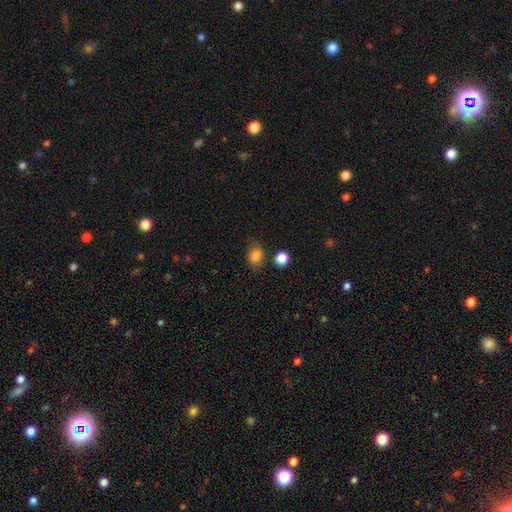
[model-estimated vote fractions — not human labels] Smooth or featured? smooth (85%)
How rounded? in between (72%)
Merging? none (75%)